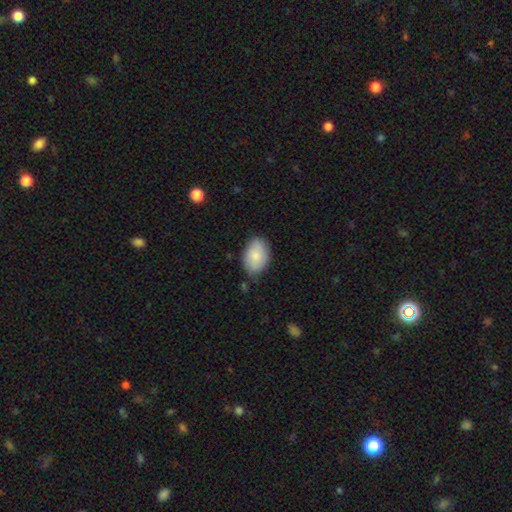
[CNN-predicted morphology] Smooth or featured: smooth — 82% (featured or disk — 12%)
How rounded: in between — 87% (round — 12%)
Merging: none — 73% (minor disturbance — 21%)